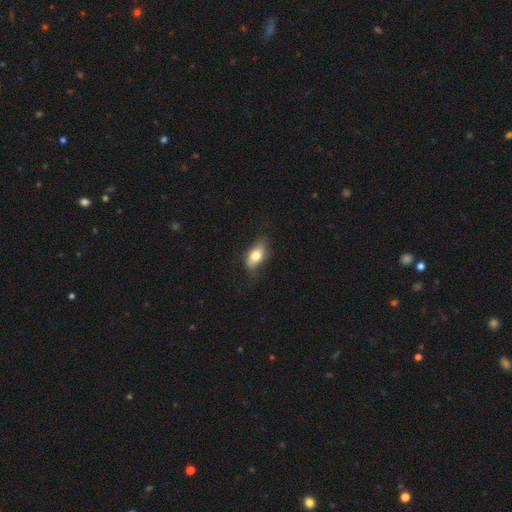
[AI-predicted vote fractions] Morphology: type=smooth (74%); roundness=in between (86%); merging=none (72%).